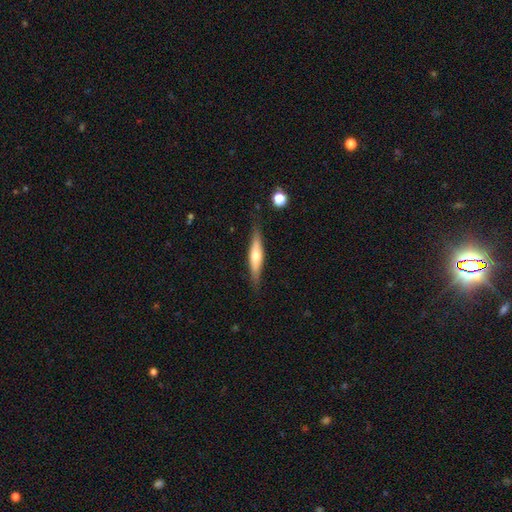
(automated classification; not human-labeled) featured or disk 50%, smooth 44%, star or artifact 6%. Down the decision tree: merging — none (83%).